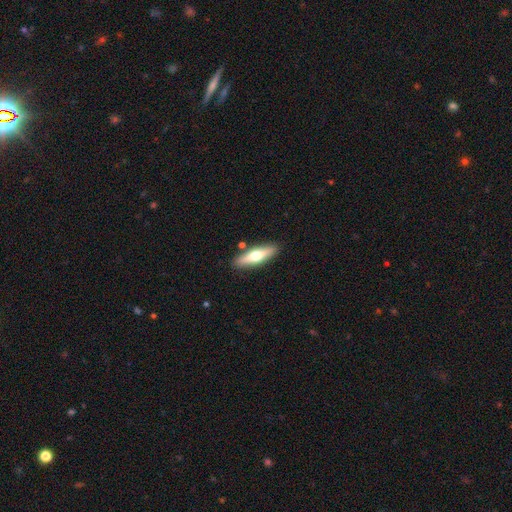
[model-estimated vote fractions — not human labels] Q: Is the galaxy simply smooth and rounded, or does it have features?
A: smooth — 50%.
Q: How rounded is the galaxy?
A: cigar-shaped — 61%.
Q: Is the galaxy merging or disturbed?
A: none — 86%.